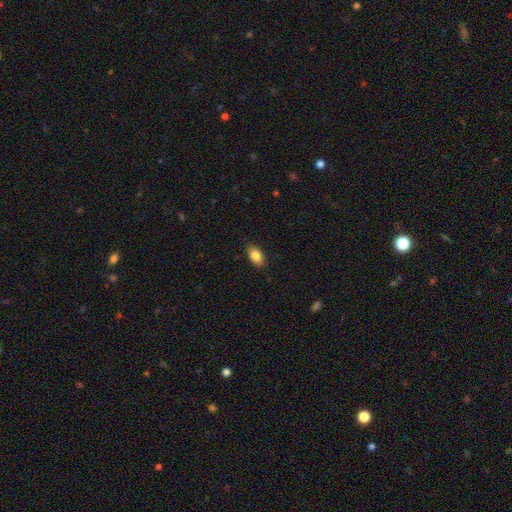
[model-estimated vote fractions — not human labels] Smooth or featured? Predicted: smooth (p=0.84). How rounded? Predicted: in between (p=0.88). Merging? Predicted: none (p=0.85).